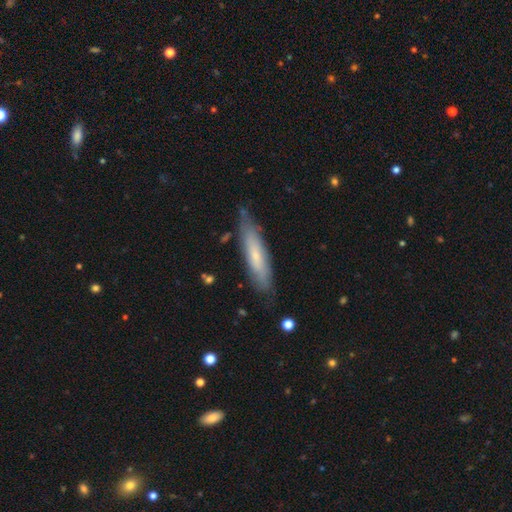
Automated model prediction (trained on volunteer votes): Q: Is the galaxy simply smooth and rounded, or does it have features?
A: smooth — 54%.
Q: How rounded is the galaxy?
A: cigar-shaped — 80%.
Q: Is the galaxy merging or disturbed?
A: none — 77%.